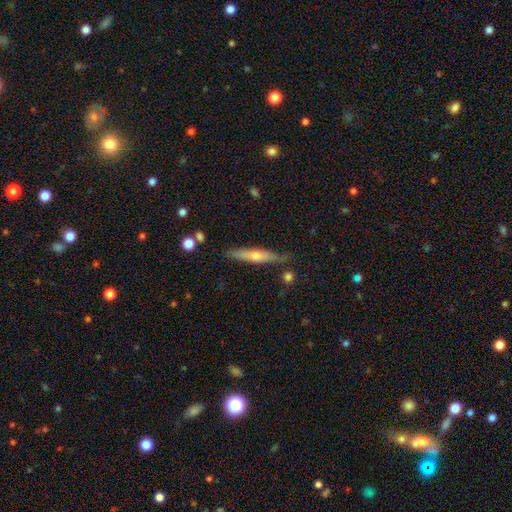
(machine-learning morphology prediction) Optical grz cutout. It shows a featured or disk galaxy (51%) viewed edge-on (89%). Merging: none (80%).